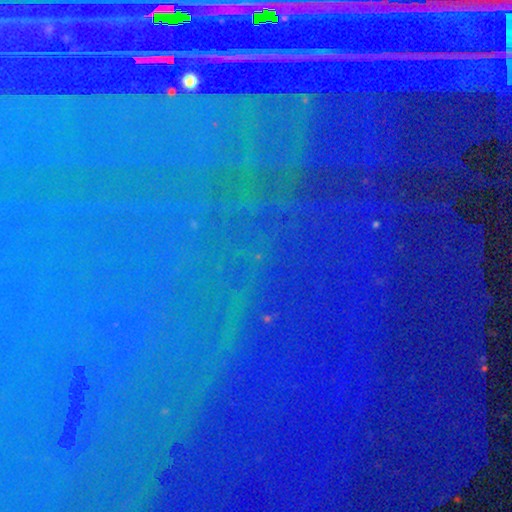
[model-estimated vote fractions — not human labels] Q: Smooth or featured?
A: star or artifact (86%); runner-up: smooth (7%)